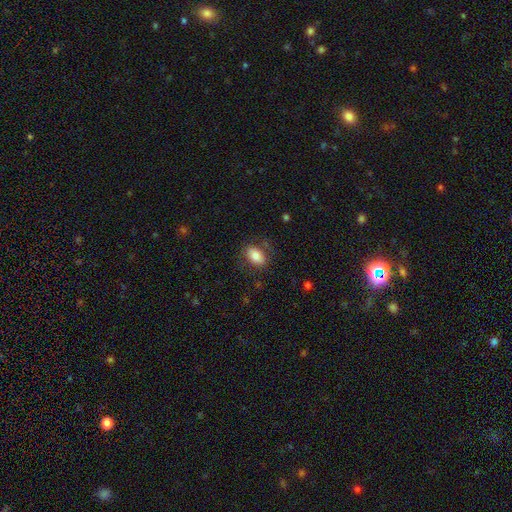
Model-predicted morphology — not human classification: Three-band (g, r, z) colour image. It shows a smooth galaxy with no disk features (78%) that is in between round and cigar-shaped (88%). Merging: none (73%).